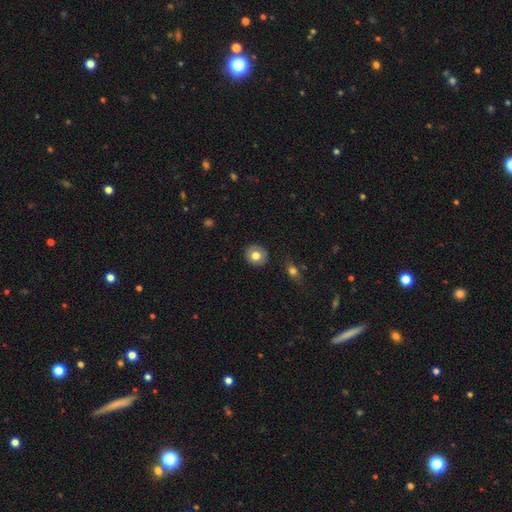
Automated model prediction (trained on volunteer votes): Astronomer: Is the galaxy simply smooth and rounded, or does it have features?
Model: smooth — 77%.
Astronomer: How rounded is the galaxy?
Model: round — 86%.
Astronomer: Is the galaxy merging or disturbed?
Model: none — 89%.